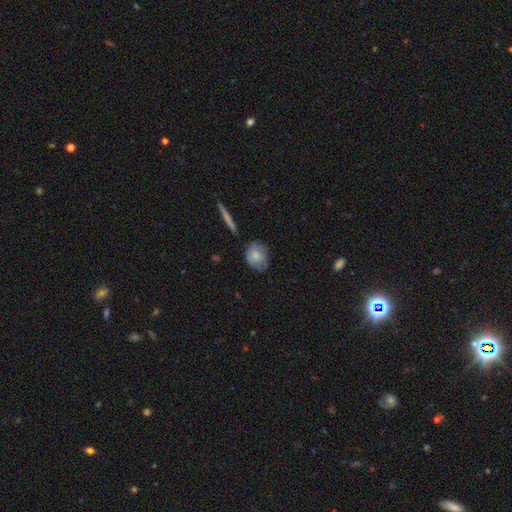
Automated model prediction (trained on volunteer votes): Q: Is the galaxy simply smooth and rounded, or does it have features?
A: smooth — 67%.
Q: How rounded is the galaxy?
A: round — 63%.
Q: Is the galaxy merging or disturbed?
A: none — 62%.